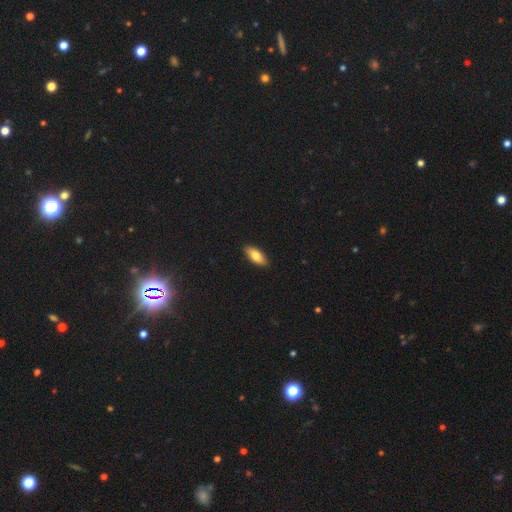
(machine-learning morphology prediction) The model was most divided on "smooth or featured": smooth: 78%, featured or disk: 16%, star or artifact: 6%. More confident: merging — none (89%); how rounded — in between (82%).